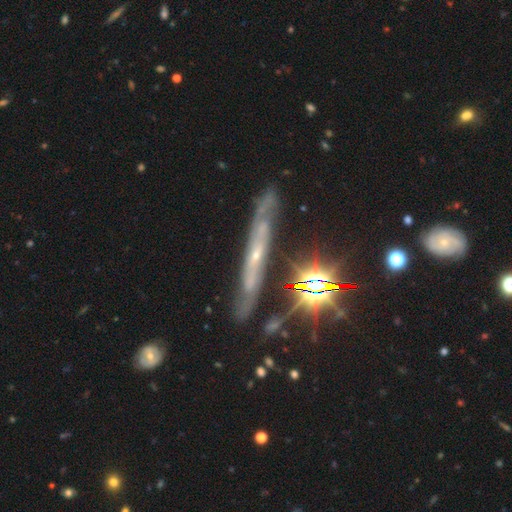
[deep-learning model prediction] Q: Smooth or featured?
A: featured or disk (70%); runner-up: star or artifact (15%)
Q: Edge-on disk?
A: yes (70%); runner-up: no (30%)
Q: Merging?
A: none (70%); runner-up: minor disturbance (19%)